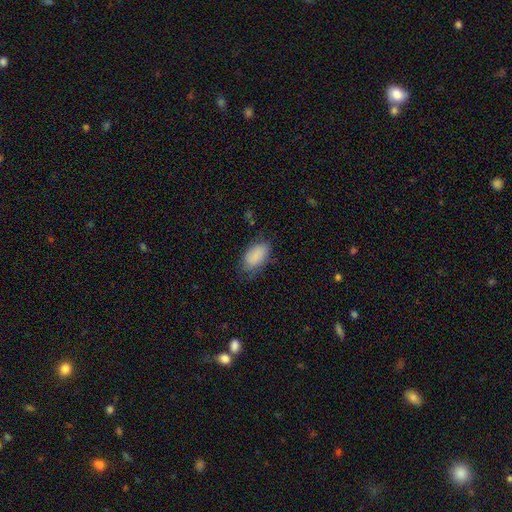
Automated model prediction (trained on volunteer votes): Q: Smooth or featured?
A: smooth (84%); runner-up: featured or disk (9%)
Q: How rounded?
A: in between (93%); runner-up: round (4%)
Q: Merging?
A: none (65%); runner-up: minor disturbance (26%)